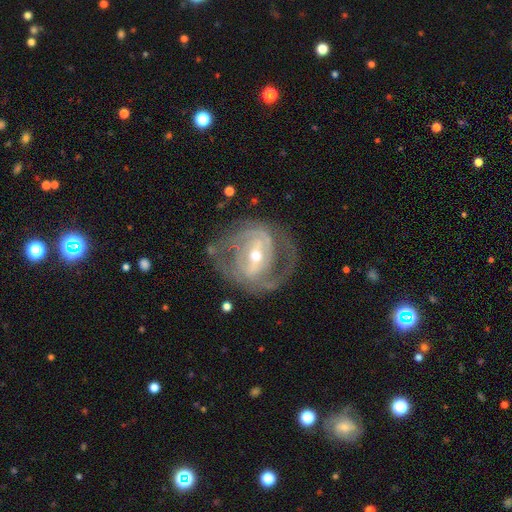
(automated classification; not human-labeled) Smooth or featured?
  - featured or disk: 85% *
  - smooth: 9%
  - star or artifact: 5%
Edge-on disk?
  - no: 96% *
  - yes: 4%
Bar?
  - strong: 47% *
  - weak: 36%
  - no: 17%
Spiral arms?
  - yes: 83% *
  - no: 17%
Spiral winding?
  - tight: 44% *
  - medium: 40%
  - loose: 15%
Spiral arm count?
  - 2: 57% *
  - can't tell: 22%
  - 3: 10%
  - 1: 5%
  - 4: 3%
  - more than 4: 2%
Bulge size?
  - moderate: 50% *
  - small: 46%
  - large: 3%
  - none: 1%
  - dominant: 1%
Merging?
  - none: 65% *
  - minor disturbance: 17%
  - major disturbance: 16%
  - merger: 2%